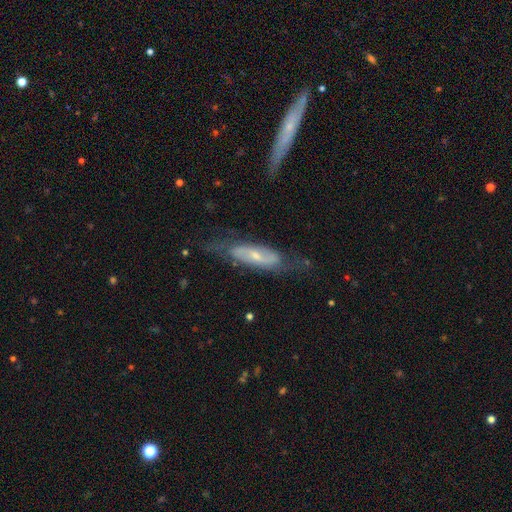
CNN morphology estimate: smooth_or_featured: featured or disk (p=0.70) [alt: smooth p=0.23]
disk_edge_on: no (p=0.77) [alt: yes p=0.23]
bar: no (p=0.41) [alt: weak p=0.39]
has_spiral_arms: yes (p=0.82) [alt: no p=0.18]
bulge_size: small (p=0.62) [alt: moderate p=0.32]
merging: none (p=0.63) [alt: minor disturbance p=0.22]